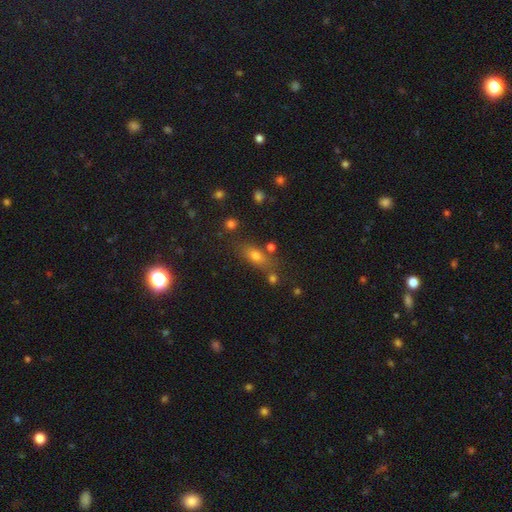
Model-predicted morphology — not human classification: Q: Smooth or featured?
A: smooth (66%); runner-up: star or artifact (19%)
Q: How rounded?
A: in between (66%); runner-up: cigar-shaped (20%)
Q: Merging?
A: none (68%); runner-up: minor disturbance (14%)